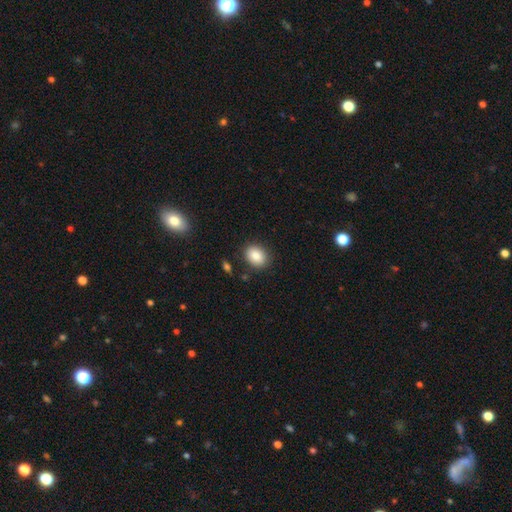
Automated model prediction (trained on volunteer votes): This is clearly a smooth galaxy (85%). How rounded: possibly in between (59%). Merging: clearly none (86%).